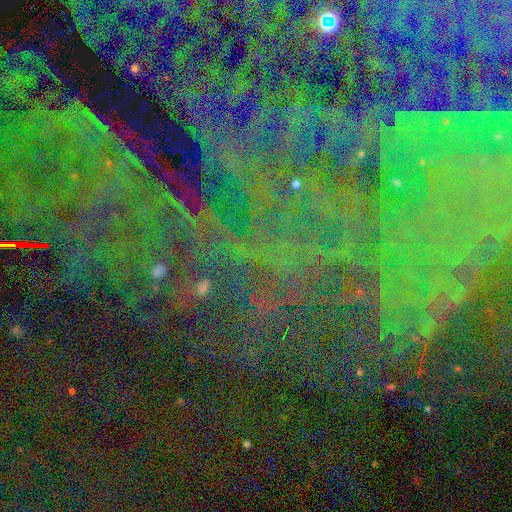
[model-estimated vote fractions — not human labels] A star or artifact, not a galaxy (85%).